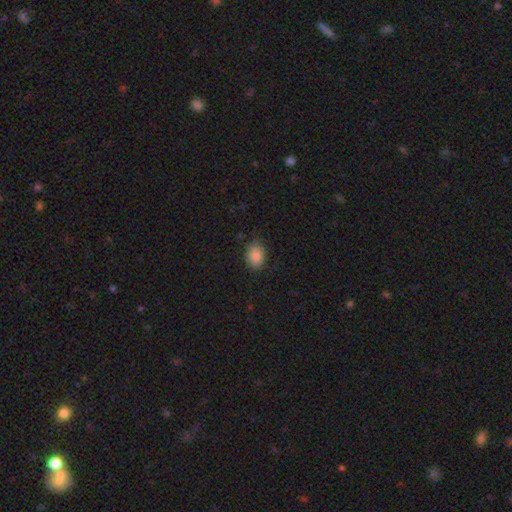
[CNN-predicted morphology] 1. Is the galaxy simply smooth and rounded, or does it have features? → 87% smooth, 8% star or artifact, 4% featured or disk.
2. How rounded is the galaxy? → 70% in between, 29% round, 1% cigar-shaped.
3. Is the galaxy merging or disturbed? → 80% none, 16% minor disturbance, 3% major disturbance, 1% merger.